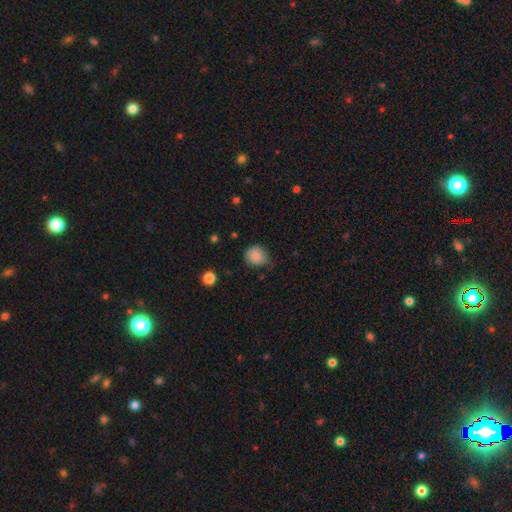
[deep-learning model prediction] Morphology: type=smooth (85%); roundness=round (79%); merging=none (62%).